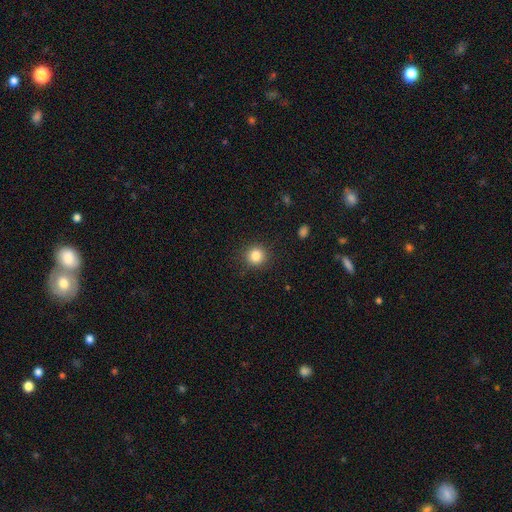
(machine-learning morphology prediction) type=smooth (84%); roundness=round (93%); merging=none (89%).